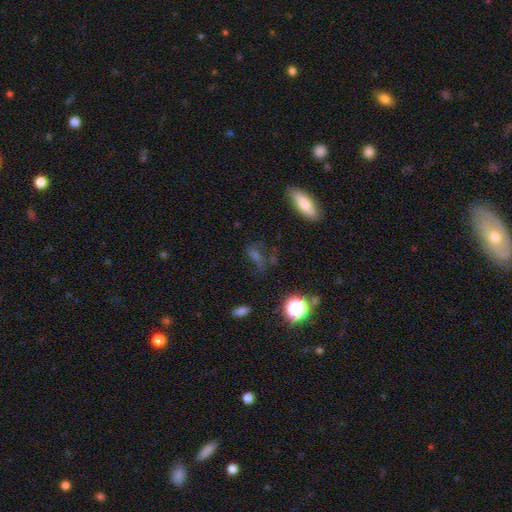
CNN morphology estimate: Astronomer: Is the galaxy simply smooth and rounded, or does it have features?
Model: smooth — 43% (runner-up: star or artifact, 34%).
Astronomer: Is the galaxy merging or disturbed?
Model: none — 62%.